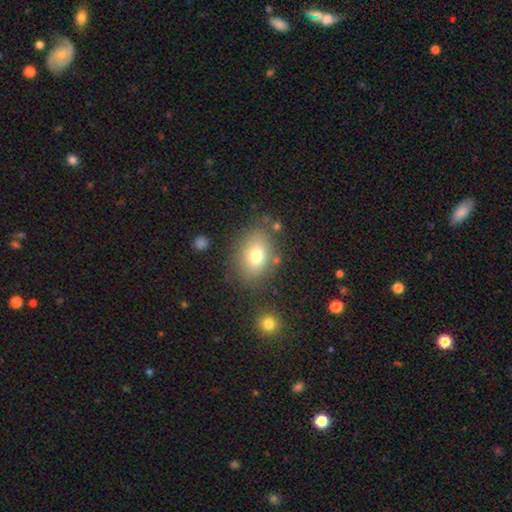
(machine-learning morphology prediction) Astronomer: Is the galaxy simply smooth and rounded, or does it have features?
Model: smooth — 75%.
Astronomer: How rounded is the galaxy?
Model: in between — 67%.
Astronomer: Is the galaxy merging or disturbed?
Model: none — 76%.